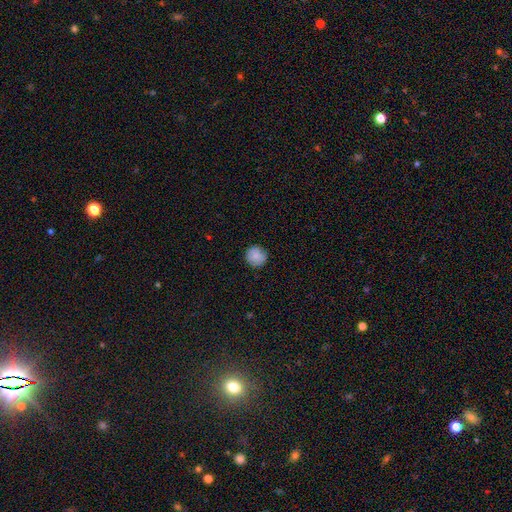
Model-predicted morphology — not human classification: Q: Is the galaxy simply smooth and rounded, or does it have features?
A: smooth — 86%.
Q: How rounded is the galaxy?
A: round — 94%.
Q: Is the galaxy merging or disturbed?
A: none — 87%.